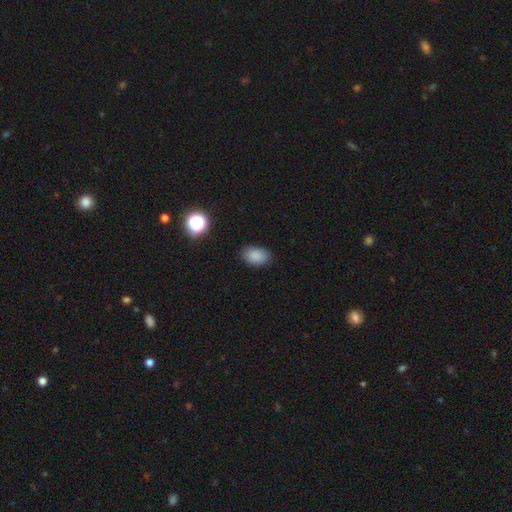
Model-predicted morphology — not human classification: This is clearly a smooth galaxy (85%). How rounded: clearly in between (87%). Merging: clearly none (85%).